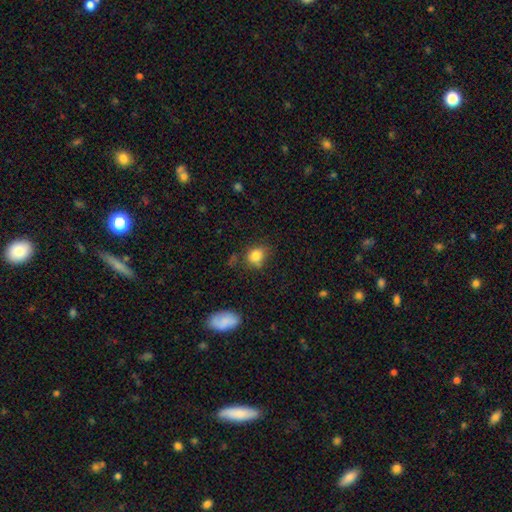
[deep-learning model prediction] The model was most divided on "how rounded": round: 60%, in between: 39%, cigar-shaped: 1%. More confident: smooth or featured — smooth (82%); merging — none (65%).